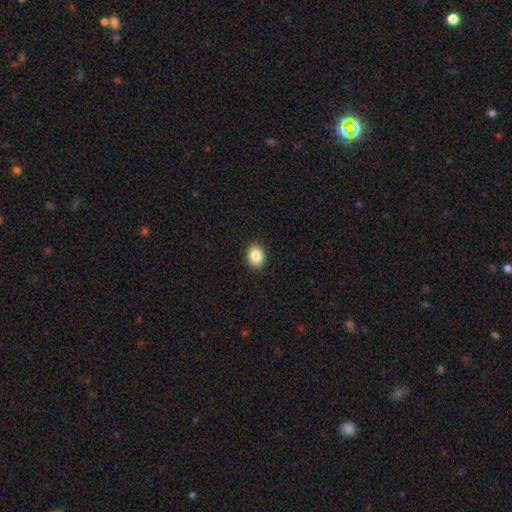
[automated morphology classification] smooth_or_featured: smooth (p=0.86) [alt: star or artifact p=0.09]
how_rounded: round (p=0.53) [alt: in between p=0.46]
merging: none (p=0.90) [alt: minor disturbance p=0.07]